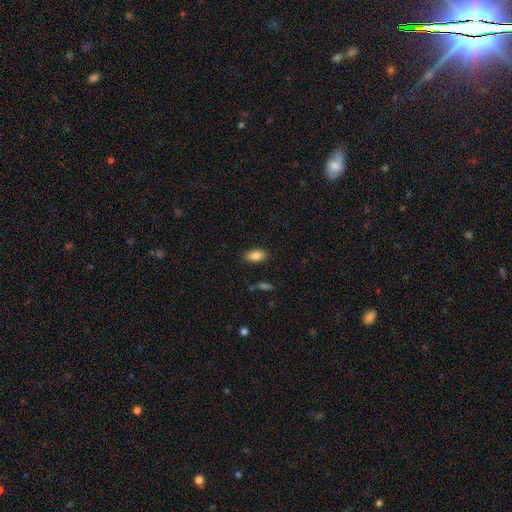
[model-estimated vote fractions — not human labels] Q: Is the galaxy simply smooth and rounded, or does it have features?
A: smooth — 85%.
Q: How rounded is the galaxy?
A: in between — 91%.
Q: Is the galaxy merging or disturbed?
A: none — 86%.